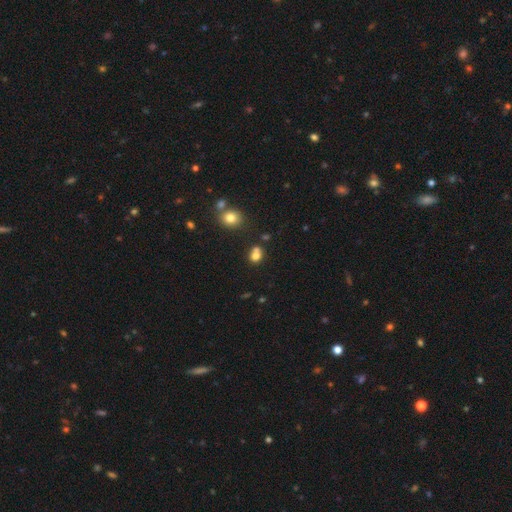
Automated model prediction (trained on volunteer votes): Smooth or featured? Predicted: smooth (p=0.76). How rounded? Predicted: round (p=0.71). Merging? Predicted: none (p=0.49).